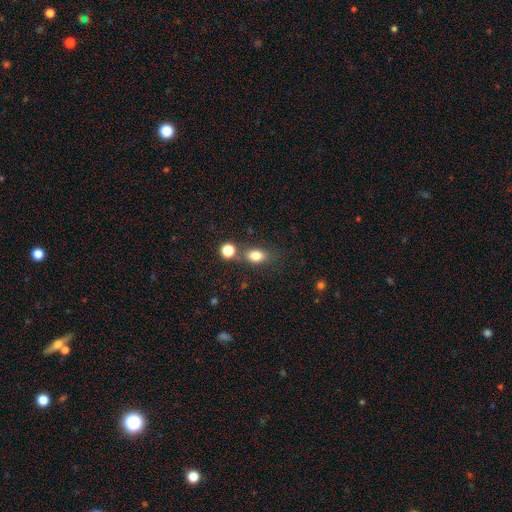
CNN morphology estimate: smooth_or_featured: smooth (p=0.80) [alt: star or artifact p=0.11]
how_rounded: in between (p=0.74) [alt: round p=0.23]
merging: none (p=0.65) [alt: merger p=0.17]